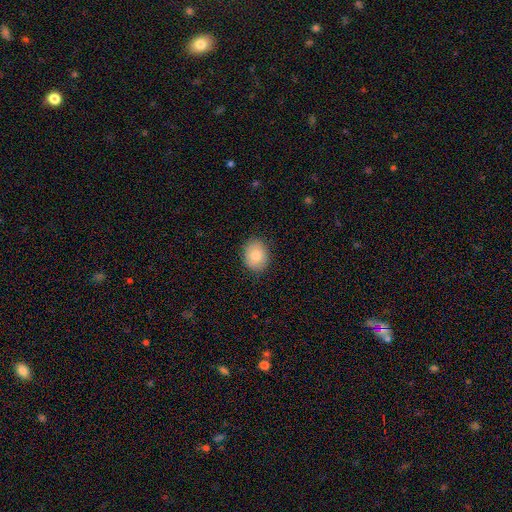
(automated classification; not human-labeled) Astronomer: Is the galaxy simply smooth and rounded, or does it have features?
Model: smooth — 84%.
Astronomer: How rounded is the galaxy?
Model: in between — 56% (runner-up: round, 43%).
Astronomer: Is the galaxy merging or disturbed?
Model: none — 86%.